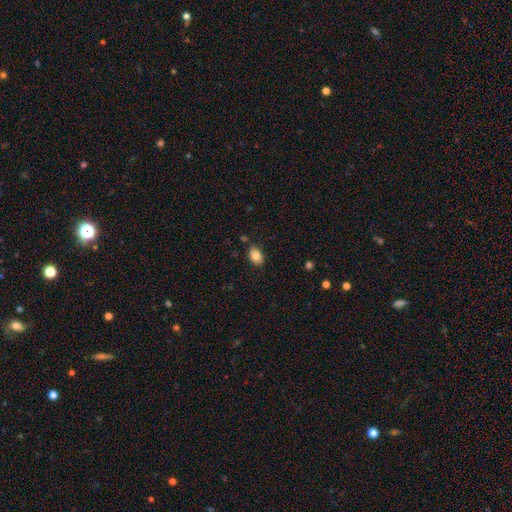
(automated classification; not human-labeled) Smooth or featured: smooth — 84% (star or artifact — 8%)
How rounded: in between — 84% (round — 15%)
Merging: none — 84% (minor disturbance — 12%)